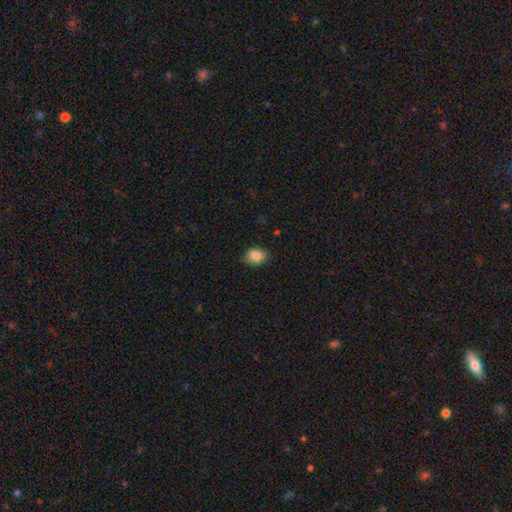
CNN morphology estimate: Q: Smooth or featured?
A: smooth (86%); runner-up: star or artifact (9%)
Q: How rounded?
A: in between (58%); runner-up: round (41%)
Q: Merging?
A: none (83%); runner-up: minor disturbance (14%)